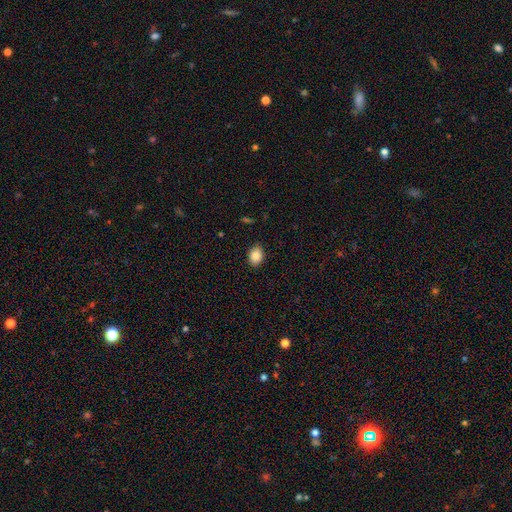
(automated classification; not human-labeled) smooth 89%, star or artifact 8%, featured or disk 3%. Down the decision tree: how rounded — in between (68%); merging — none (88%).